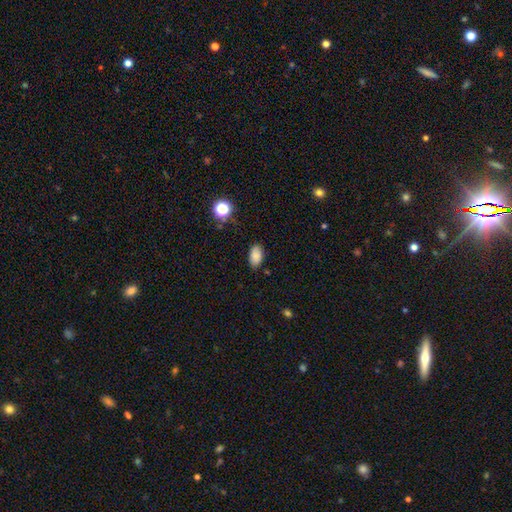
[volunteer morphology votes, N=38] A smooth galaxy with no disk features (89%) that is in between round and cigar-shaped (97%).

Vote fractions:
- Smooth or featured? smooth: 89% / featured or disk: 8% / star or artifact: 3%
- How rounded? in between: 97% / round: 3% / cigar-shaped: 0%
- Merging? none: 84% / minor disturbance: 14% / major disturbance: 3% / merger: 0%